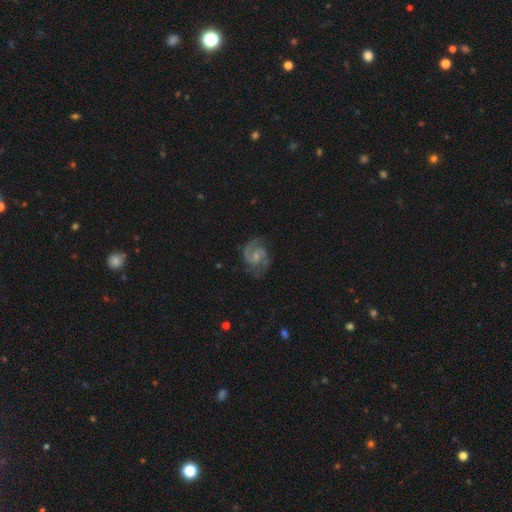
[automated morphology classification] Overall: featured or disk (88%). Edge-on disk: no (98%). Bar: no (55%; weak 39%). Spiral arms: yes (97%). Spiral arm count: 2 (88%). Spiral winding: medium (57%; tight 28%). Bulge size: small (59%; moderate 28%). Merging: none (73%).